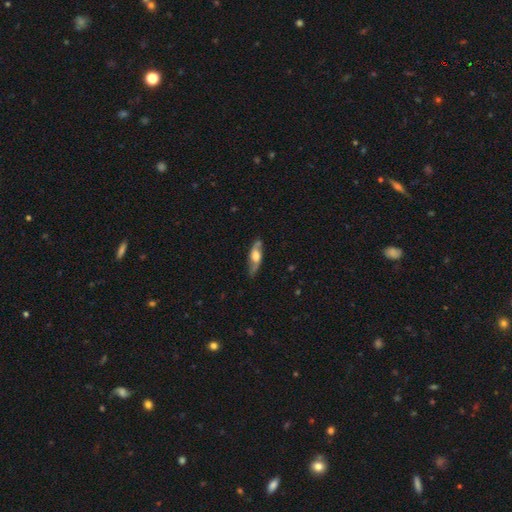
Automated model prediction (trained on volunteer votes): This appears to be a featured or disk galaxy (64%). Merging: none (76%).